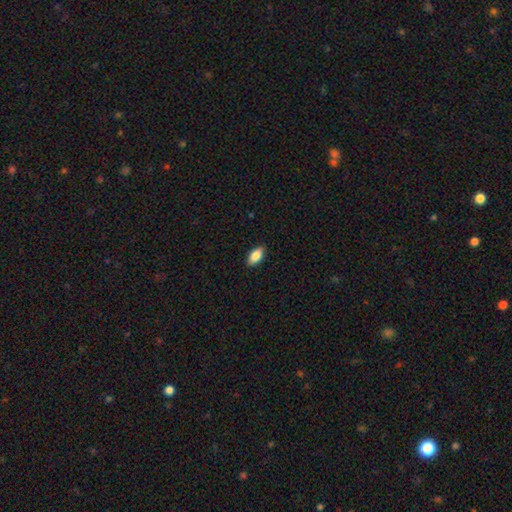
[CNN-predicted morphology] Overall: smooth (86%). How rounded: in between (92%). Merging: none (88%).